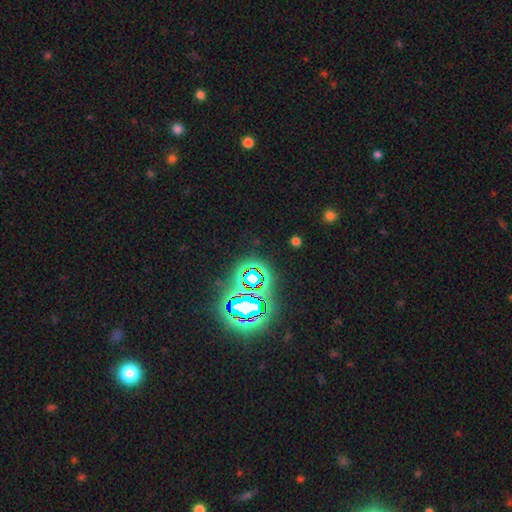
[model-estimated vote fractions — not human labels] A star or artifact, not a galaxy (77%).